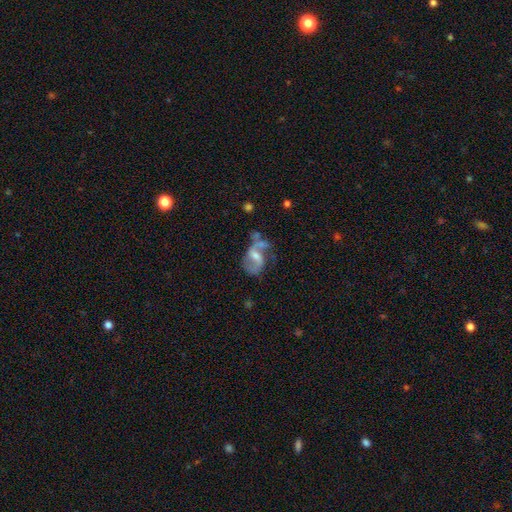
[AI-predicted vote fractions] Smooth or featured: featured or disk — 78% (smooth — 13%)
Edge-on disk: no — 97% (yes — 3%)
Bar: weak — 48% (no — 31%)
Spiral arms: yes — 88% (no — 12%)
Spiral winding: loose — 50% (medium — 39%)
Spiral arm count: 2 — 79% (1 — 12%)
Bulge size: moderate — 48% (small — 37%)
Merging: none — 39% (major disturbance — 23%)